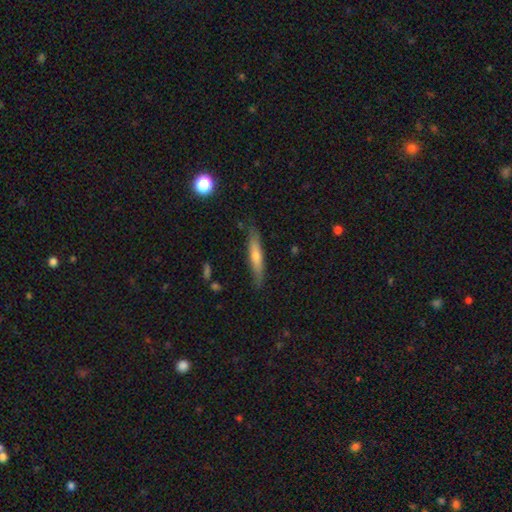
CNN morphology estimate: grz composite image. It shows a featured or disk galaxy (47%). Merging: none (86%).